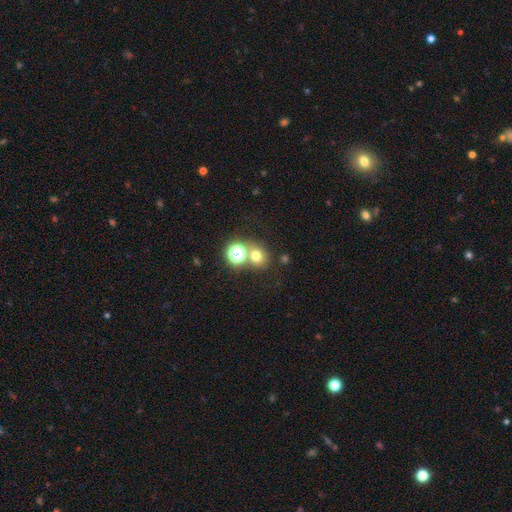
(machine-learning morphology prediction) A smooth galaxy with no disk features (68%) that is round (78%). Merging: none (61%).